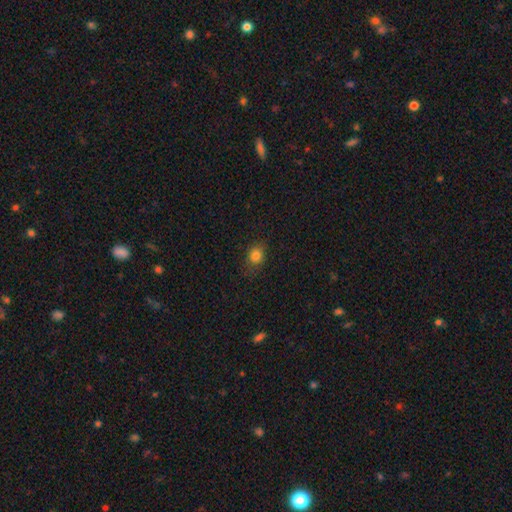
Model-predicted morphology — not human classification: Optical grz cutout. It shows a smooth galaxy with no disk features (81%) that is round (58%). Merging: none (80%).